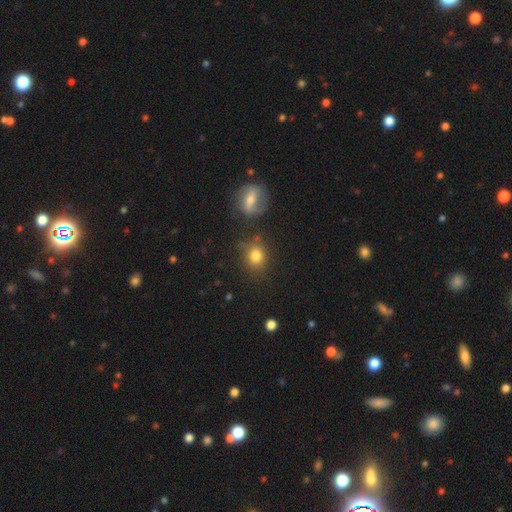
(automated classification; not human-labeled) Morphology: type=smooth (81%); roundness=round (71%); merging=none (73%).